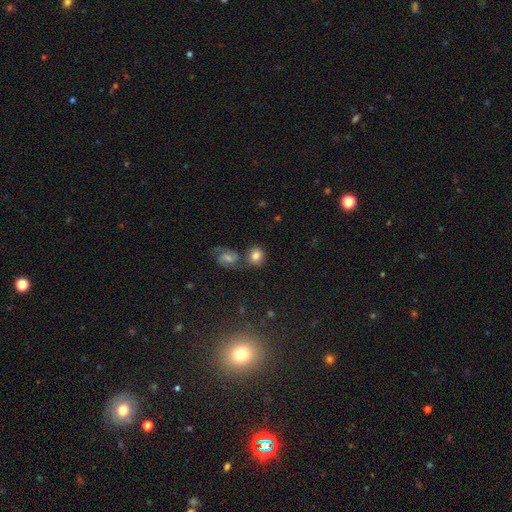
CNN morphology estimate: The model was most divided on "merging": none: 58%, merger: 27%, minor disturbance: 11%, major disturbance: 4%. More confident: how rounded — round (74%); smooth or featured — smooth (73%).